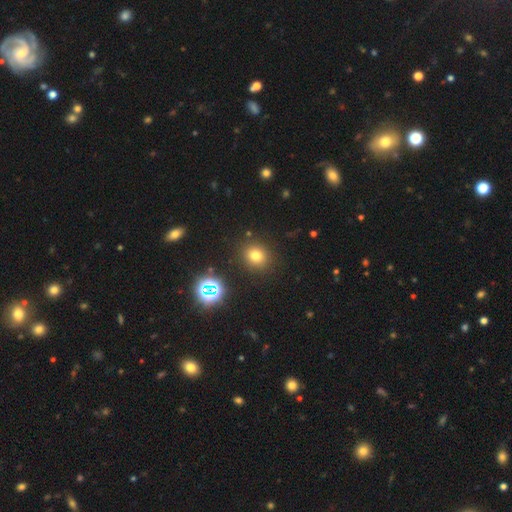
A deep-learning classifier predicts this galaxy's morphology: smooth 73%, star or artifact 20%, featured or disk 7%. Down the decision tree: how rounded — round (78%); merging — none (87%).